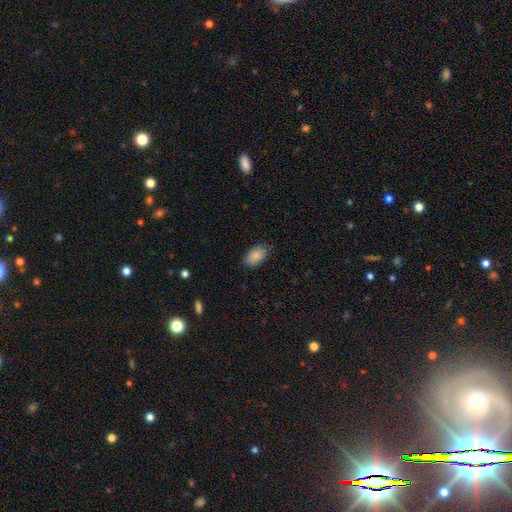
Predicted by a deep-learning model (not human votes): A smooth galaxy with no disk features (89%) that is in between round and cigar-shaped (93%). Merging: none (80%).